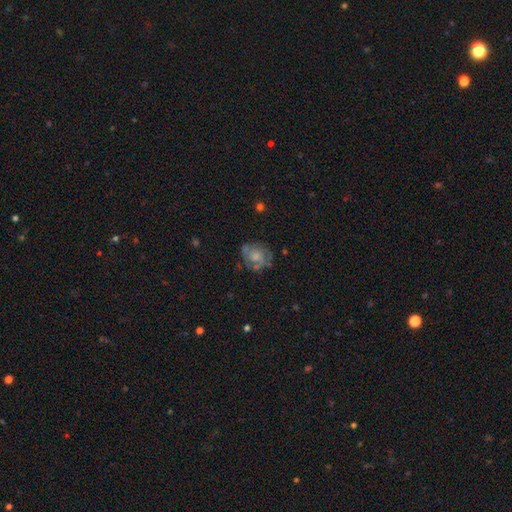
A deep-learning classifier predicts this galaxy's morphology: smooth_or_featured: featured or disk (p=0.57) [alt: smooth p=0.34]
disk_edge_on: no (p=0.98) [alt: yes p=0.02]
bar: no (p=0.78) [alt: weak p=0.19]
has_spiral_arms: yes (p=0.67) [alt: no p=0.33]
bulge_size: moderate (p=0.36) [alt: small p=0.35]
merging: none (p=0.63) [alt: minor disturbance p=0.22]